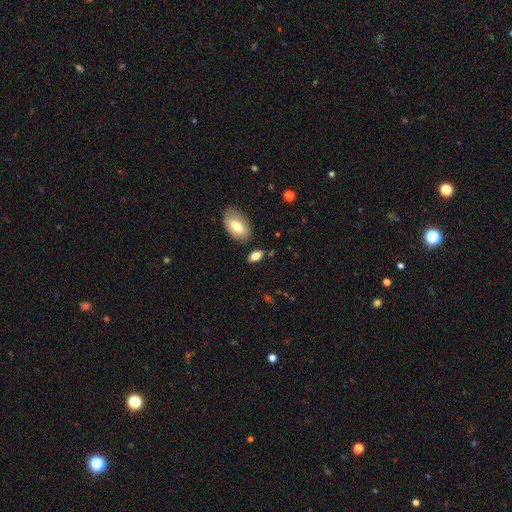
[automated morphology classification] Smooth or featured?
  - smooth: 78% *
  - featured or disk: 14%
  - star or artifact: 8%
How rounded?
  - in between: 87% *
  - cigar-shaped: 7%
  - round: 6%
Merging?
  - none: 76% *
  - minor disturbance: 13%
  - merger: 7%
  - major disturbance: 3%